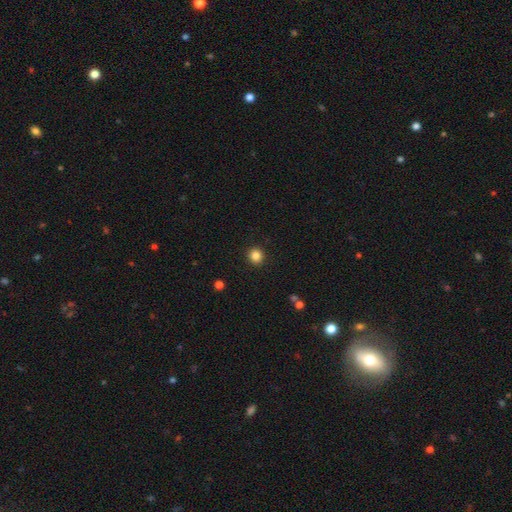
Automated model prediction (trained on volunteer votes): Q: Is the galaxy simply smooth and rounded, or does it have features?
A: smooth — 85%.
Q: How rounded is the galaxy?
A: round — 92%.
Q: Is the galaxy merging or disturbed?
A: none — 92%.